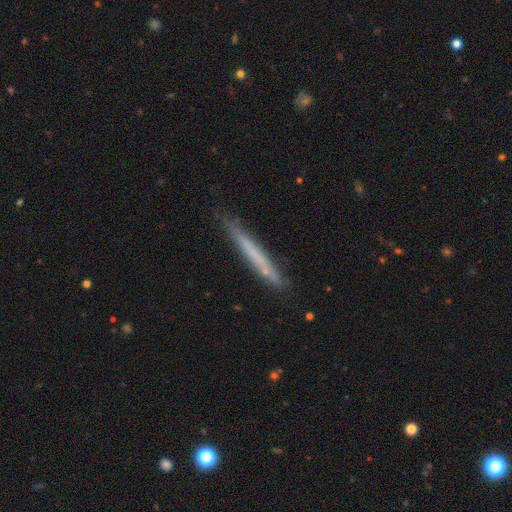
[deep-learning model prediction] Morphology: type=smooth (56%); roundness=cigar-shaped (97%); merging=none (83%).